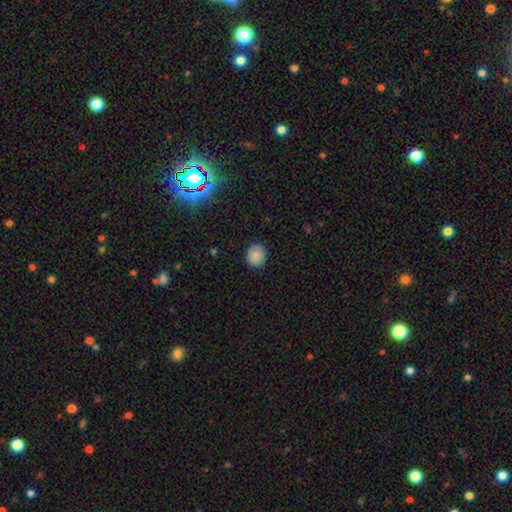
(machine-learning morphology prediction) Smooth or featured? Predicted: smooth (p=0.87). How rounded? Predicted: round (p=0.81). Merging? Predicted: none (p=0.89).